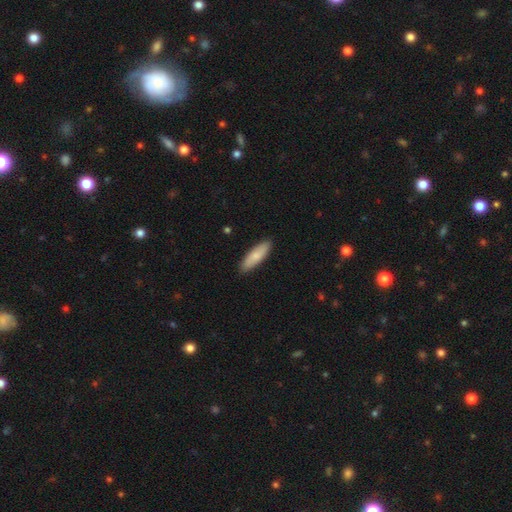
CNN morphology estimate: Smooth or featured?
  - smooth: 79% *
  - featured or disk: 16%
  - star or artifact: 5%
How rounded?
  - cigar-shaped: 52% *
  - in between: 47%
  - round: 2%
Merging?
  - none: 89% *
  - minor disturbance: 9%
  - major disturbance: 2%
  - merger: 1%